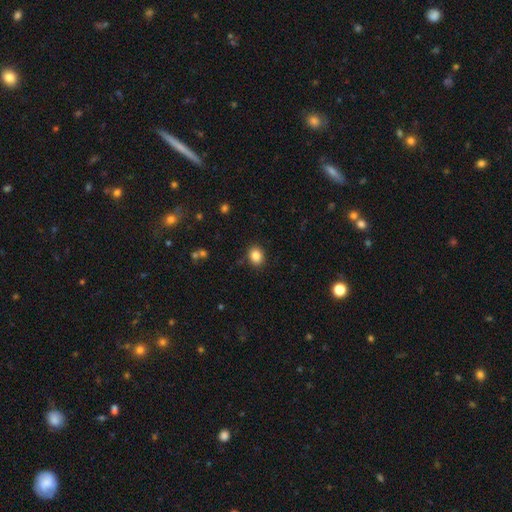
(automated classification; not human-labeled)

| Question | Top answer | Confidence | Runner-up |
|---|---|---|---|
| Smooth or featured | smooth | 85% | star or artifact (10%) |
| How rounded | round | 57% | in between (42%) |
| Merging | none | 88% | minor disturbance (8%) |